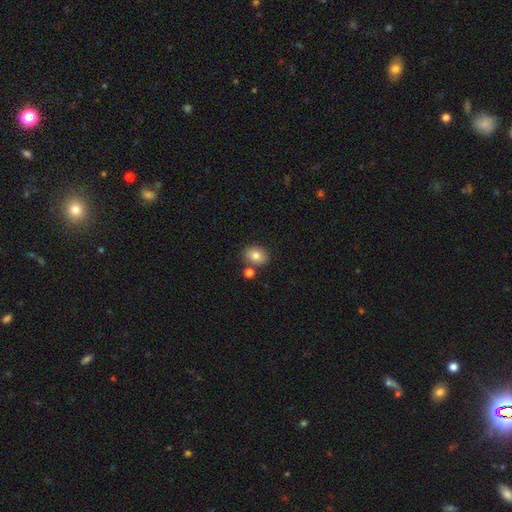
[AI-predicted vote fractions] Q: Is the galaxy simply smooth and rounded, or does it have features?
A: smooth — 81%.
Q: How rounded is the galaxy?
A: in between — 54%.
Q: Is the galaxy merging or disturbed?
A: none — 76%.